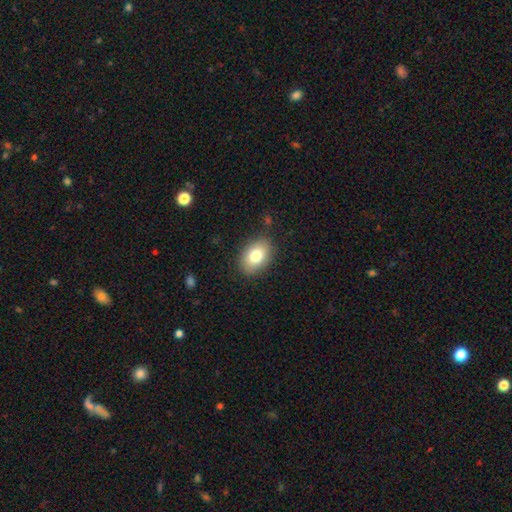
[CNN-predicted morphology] A smooth galaxy with no disk features (79%) that is in between round and cigar-shaped (80%).

Vote fractions:
- Smooth or featured? smooth: 79% / featured or disk: 13% / star or artifact: 8%
- How rounded? in between: 80% / round: 19% / cigar-shaped: 1%
- Merging? none: 85% / minor disturbance: 10% / major disturbance: 3% / merger: 1%